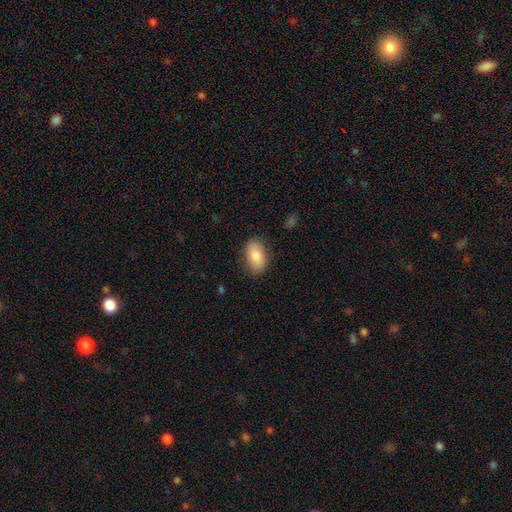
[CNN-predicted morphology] This appears to be a smooth galaxy with no disk features (82%) that is in between round and cigar-shaped (92%). Merging: none (84%).